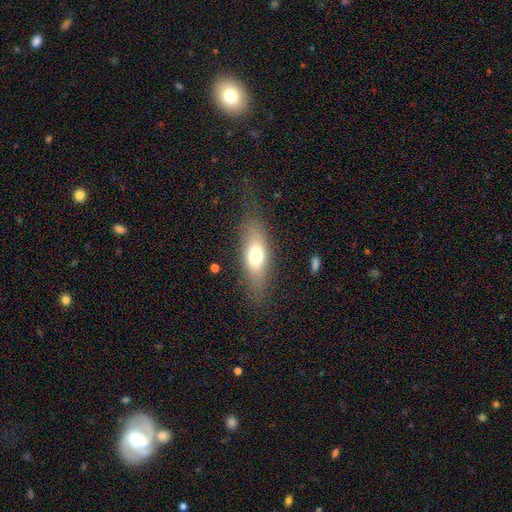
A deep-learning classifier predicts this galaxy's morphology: type=smooth (66%); roundness=in between (65%); merging=none (78%).